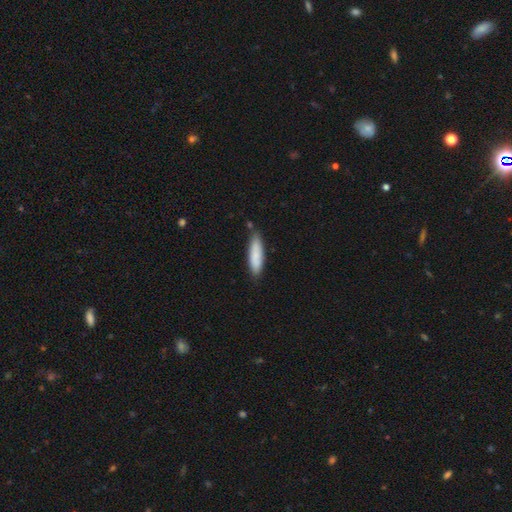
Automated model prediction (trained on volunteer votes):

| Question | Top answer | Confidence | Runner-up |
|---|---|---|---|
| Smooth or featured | smooth | 83% | featured or disk (11%) |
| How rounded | cigar-shaped | 64% | in between (35%) |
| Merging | none | 78% | minor disturbance (16%) |